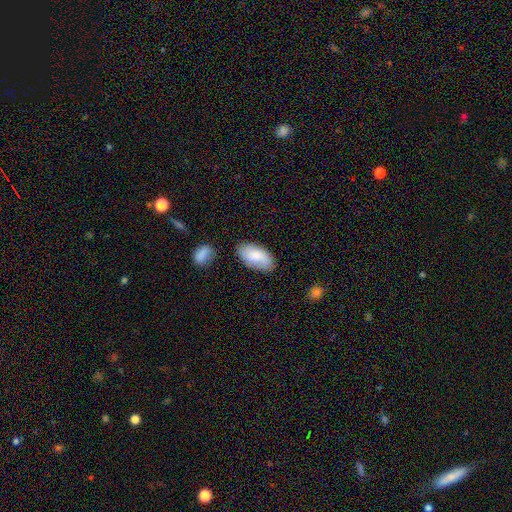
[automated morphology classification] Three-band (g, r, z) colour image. It shows a smooth galaxy with no disk features (78%) that is in between round and cigar-shaped (95%). Merging: none (73%).